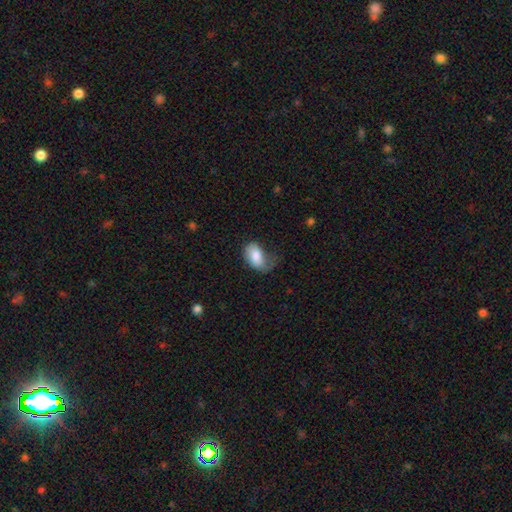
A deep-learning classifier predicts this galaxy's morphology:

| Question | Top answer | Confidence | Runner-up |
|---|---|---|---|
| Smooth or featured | smooth | 75% | featured or disk (19%) |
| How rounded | in between | 91% | round (8%) |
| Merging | major disturbance | 39% | minor disturbance (32%) |